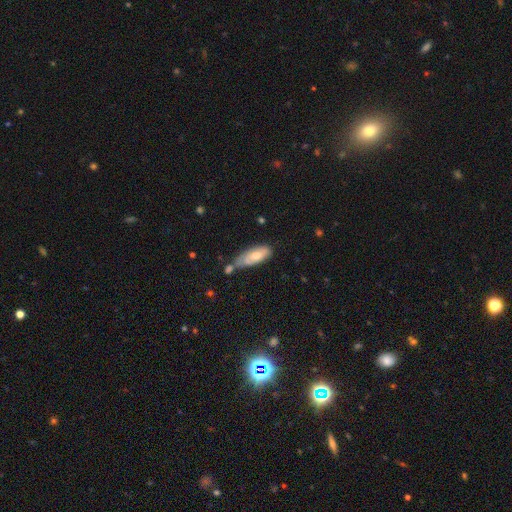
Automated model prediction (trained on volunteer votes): Smooth or featured? Predicted: smooth (p=0.63). How rounded? Predicted: in between (p=0.72). Merging? Predicted: none (p=0.44).